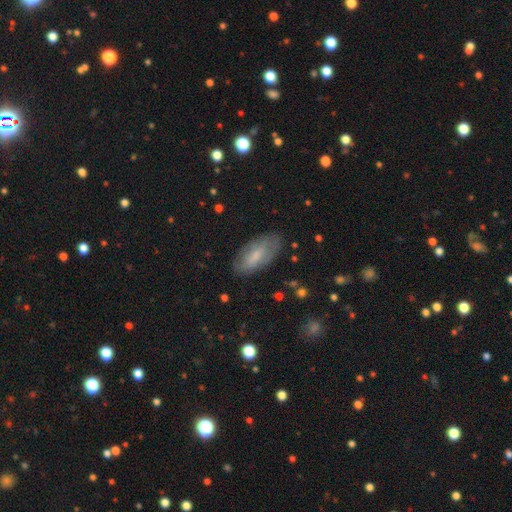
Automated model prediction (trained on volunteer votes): Q: Smooth or featured?
A: smooth (63%); runner-up: featured or disk (30%)
Q: How rounded?
A: in between (87%); runner-up: cigar-shaped (11%)
Q: Merging?
A: none (77%); runner-up: minor disturbance (17%)